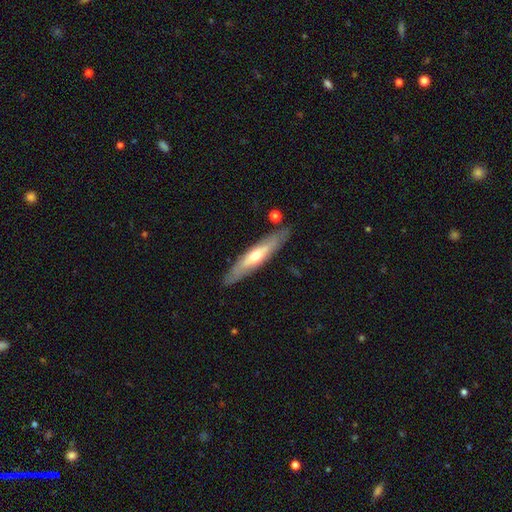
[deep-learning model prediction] Morphology: type=featured or disk (57%); edge-on=yes (69%); merging=none (84%).